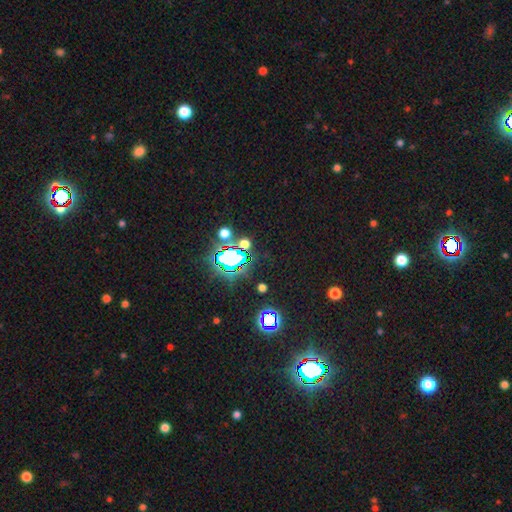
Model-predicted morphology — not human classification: Overall: star or artifact (81%).